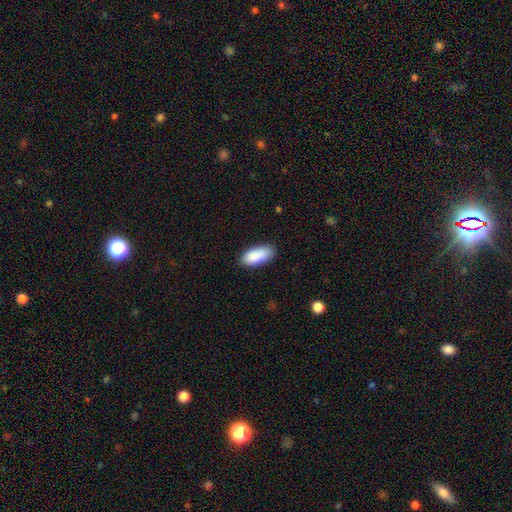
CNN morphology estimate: The model was most divided on "merging": none: 80%, minor disturbance: 15%, major disturbance: 3%, merger: 1%. More confident: smooth or featured — smooth (88%); how rounded — in between (86%).